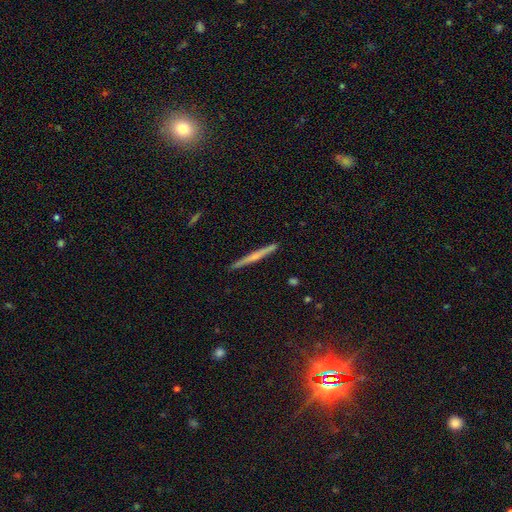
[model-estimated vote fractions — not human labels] Smooth or featured?
  - featured or disk: 56% *
  - smooth: 38%
  - star or artifact: 7%
Edge-on disk?
  - yes: 98% *
  - no: 2%
Edge-on bulge?
  - none: 53% *
  - rounded: 40%
  - boxy: 7%
Merging?
  - none: 92% *
  - minor disturbance: 6%
  - major disturbance: 1%
  - merger: 1%